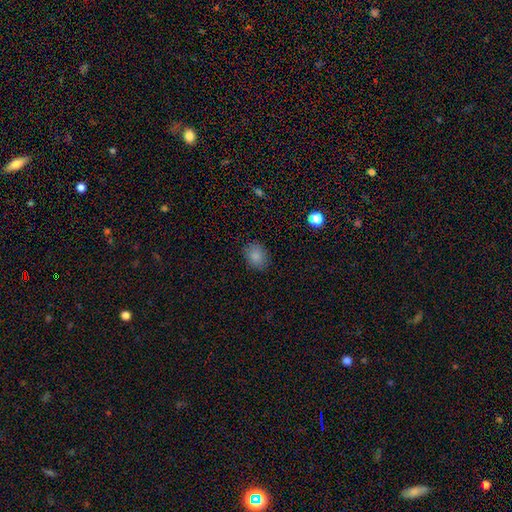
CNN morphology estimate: A smooth galaxy with no disk features (85%) that is in between round and cigar-shaped (56%).

Vote fractions:
- Smooth or featured? smooth: 85% / star or artifact: 10% / featured or disk: 5%
- How rounded? in between: 56% / round: 43% / cigar-shaped: 1%
- Merging? none: 85% / minor disturbance: 11% / major disturbance: 3% / merger: 1%